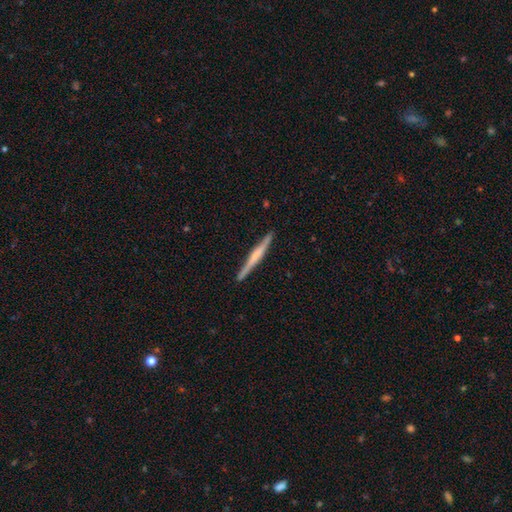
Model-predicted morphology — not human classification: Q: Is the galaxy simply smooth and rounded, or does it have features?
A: featured or disk — 59%.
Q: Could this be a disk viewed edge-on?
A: yes — 98%.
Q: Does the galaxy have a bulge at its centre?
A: none — 39%.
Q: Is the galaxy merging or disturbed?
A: none — 90%.